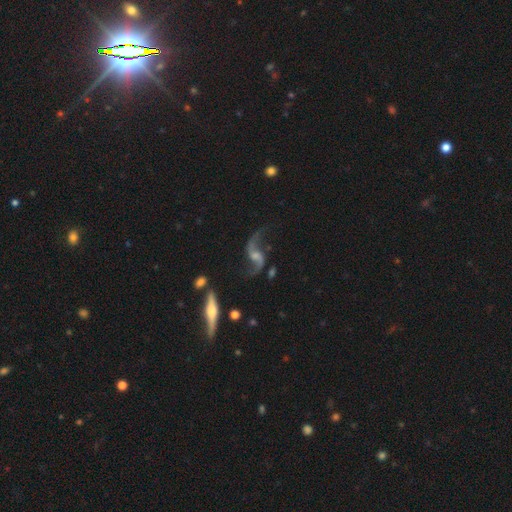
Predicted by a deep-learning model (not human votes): Smooth or featured: featured or disk — 90% (star or artifact — 5%)
Edge-on disk: no — 95% (yes — 5%)
Bar: no — 46% (weak — 42%)
Spiral arms: yes — 96% (no — 4%)
Spiral winding: loose — 89% (medium — 9%)
Spiral arm count: 2 — 93% (1 — 2%)
Bulge size: small — 41% (moderate — 29%)
Merging: none — 69% (minor disturbance — 16%)